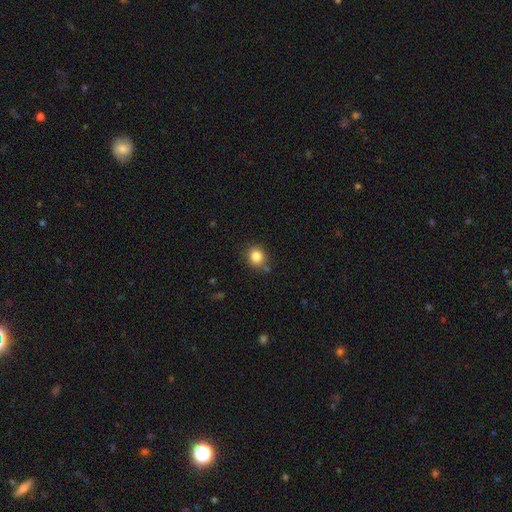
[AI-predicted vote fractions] smooth-or-featured: smooth: 84% | star or artifact: 11% | featured or disk: 5%
  how-rounded: round: 81% | in between: 18% | cigar-shaped: 1%
  merging: none: 80% | minor disturbance: 13% | merger: 5% | major disturbance: 3%